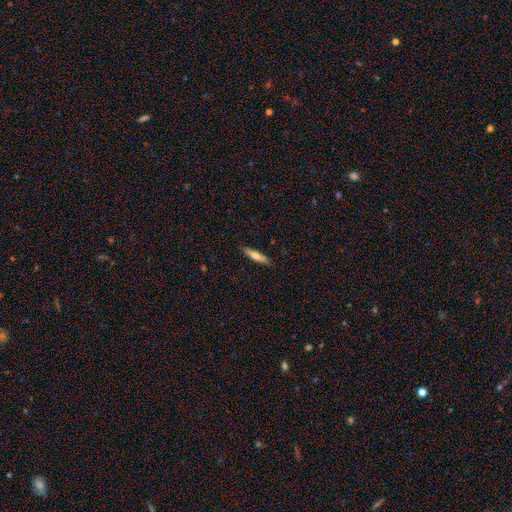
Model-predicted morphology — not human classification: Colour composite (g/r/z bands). It shows a smooth galaxy with no disk features (59%) that is cigar-shaped (84%). Merging: none (88%).